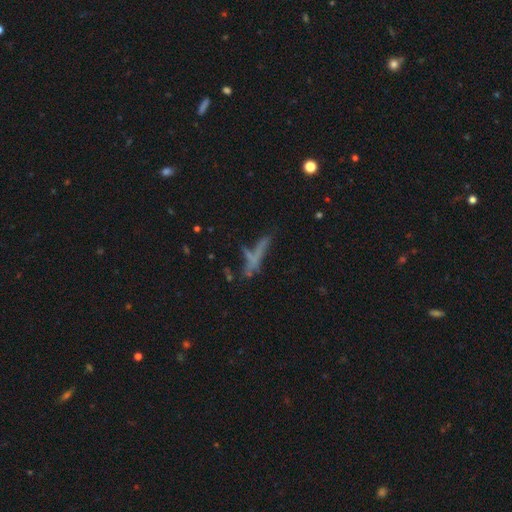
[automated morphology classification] A smooth galaxy with no disk features (47%). Merging: none (46%).